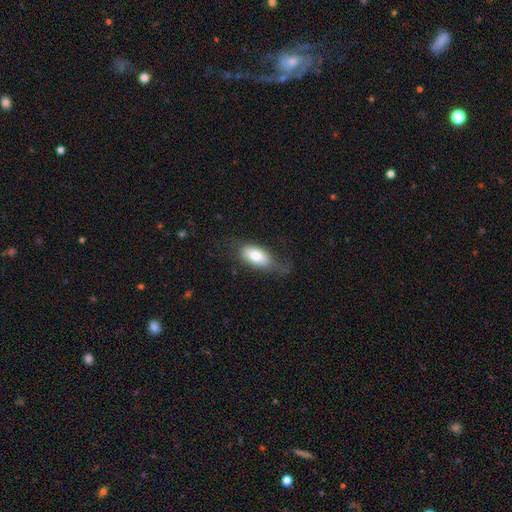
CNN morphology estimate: smooth 74%, featured or disk 20%, star or artifact 7%. Down the decision tree: how rounded — in between (89%); merging — none (45%).